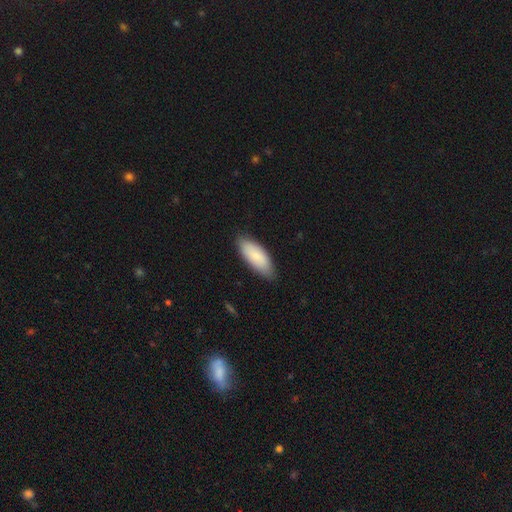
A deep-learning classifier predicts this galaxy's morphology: smooth 85%, featured or disk 10%, star or artifact 5%. Down the decision tree: how rounded — in between (79%); merging — none (83%).